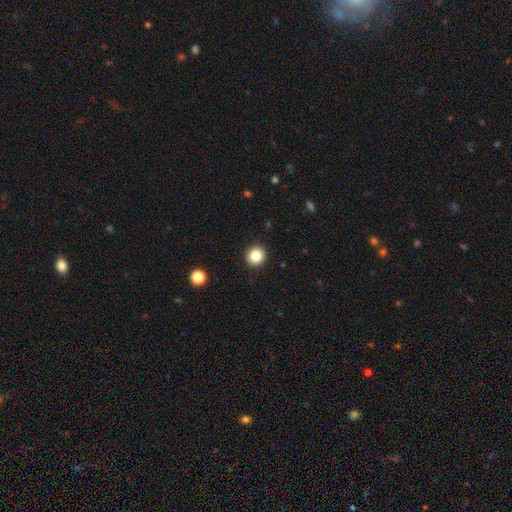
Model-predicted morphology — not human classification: A smooth galaxy with no disk features (85%) that is round (88%). Merging: none (92%).